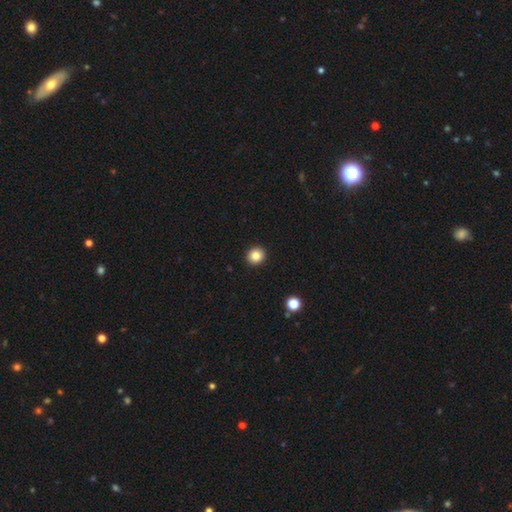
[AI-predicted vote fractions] smooth_or_featured: smooth (p=0.85) [alt: star or artifact p=0.10]
how_rounded: round (p=0.87) [alt: in between p=0.12]
merging: none (p=0.93) [alt: minor disturbance p=0.04]